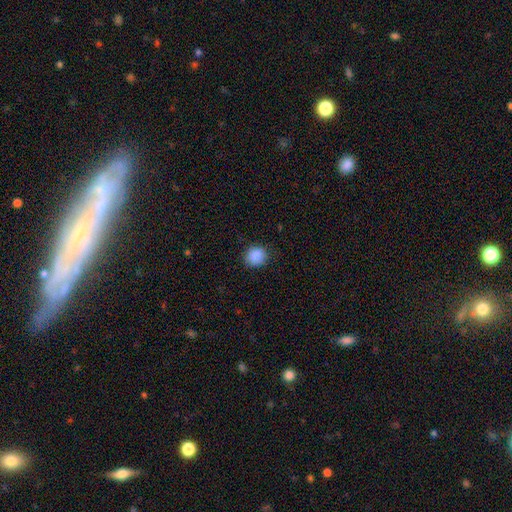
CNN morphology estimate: This is clearly a smooth galaxy (88%). How rounded: clearly round (81%). Merging: clearly none (86%).